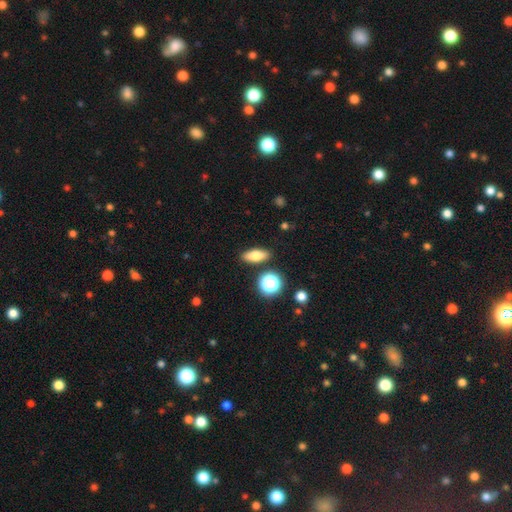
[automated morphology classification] Smooth or featured: smooth — 71% (featured or disk — 18%)
How rounded: in between — 63% (cigar-shaped — 25%)
Merging: none — 86% (minor disturbance — 8%)